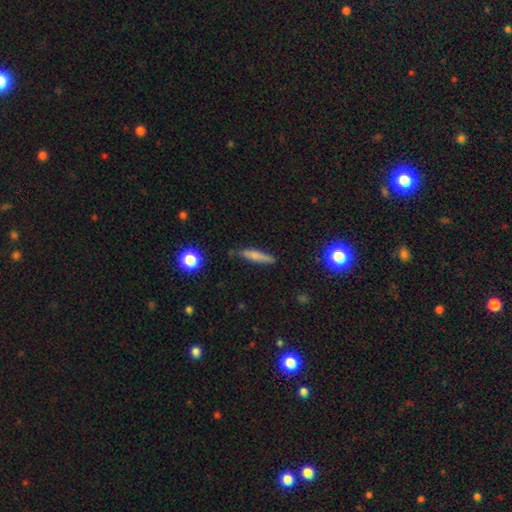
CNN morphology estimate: Smooth or featured?
  - smooth: 67% *
  - featured or disk: 24%
  - star or artifact: 9%
How rounded?
  - cigar-shaped: 86% *
  - in between: 11%
  - round: 2%
Merging?
  - none: 78% *
  - minor disturbance: 17%
  - major disturbance: 3%
  - merger: 3%